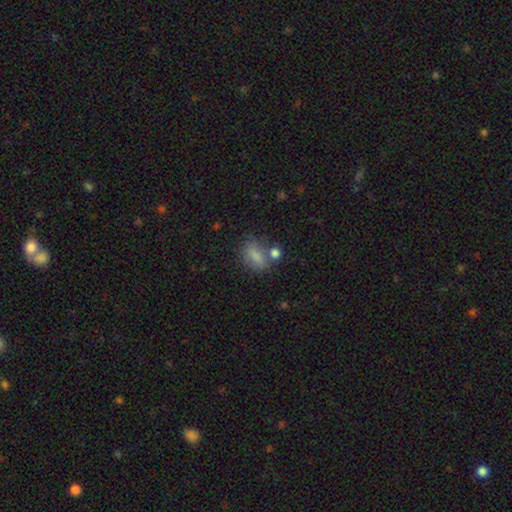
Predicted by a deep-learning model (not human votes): Smooth or featured?
  - smooth: 78% *
  - featured or disk: 11%
  - star or artifact: 11%
How rounded?
  - in between: 76% *
  - round: 19%
  - cigar-shaped: 4%
Merging?
  - none: 53% *
  - minor disturbance: 19%
  - merger: 19%
  - major disturbance: 9%